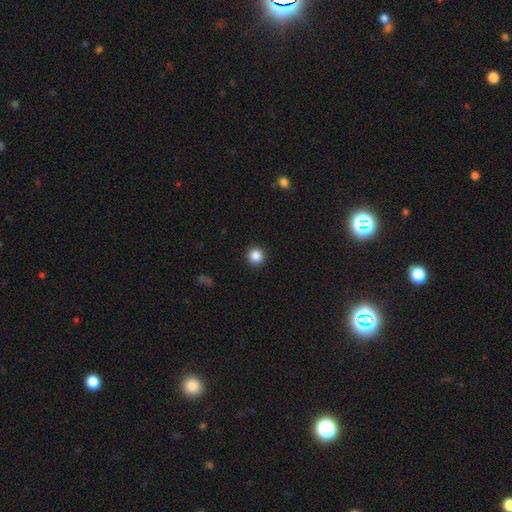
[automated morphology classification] Overall: smooth (87%). How rounded: round (95%). Merging: none (93%).